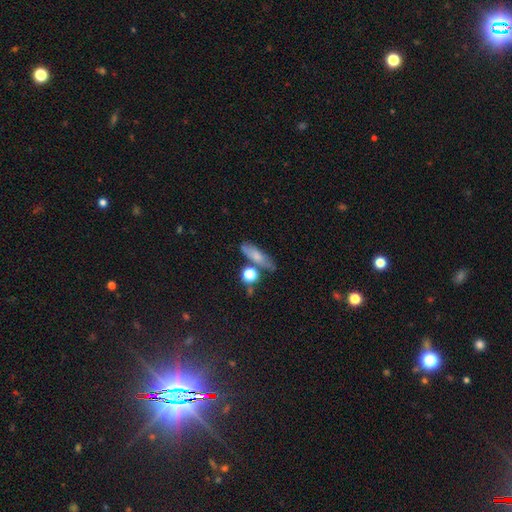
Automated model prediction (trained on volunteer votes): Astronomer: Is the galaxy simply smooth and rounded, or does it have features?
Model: smooth — 68%.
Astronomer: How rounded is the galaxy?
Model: cigar-shaped — 47% (runner-up: in between, 42%).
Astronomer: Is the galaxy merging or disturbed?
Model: none — 64%.